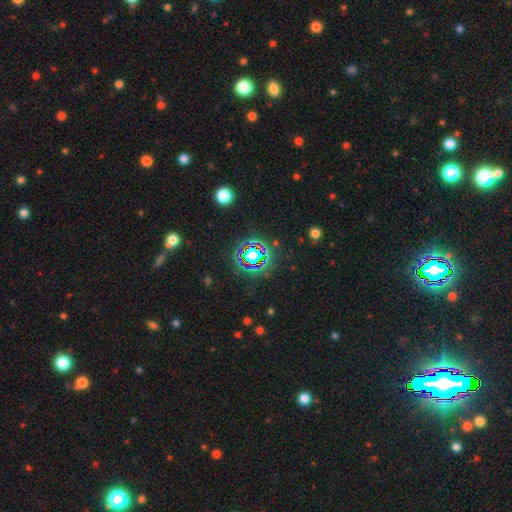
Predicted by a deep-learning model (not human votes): smooth_or_featured: star or artifact (p=0.66) [alt: smooth p=0.22]